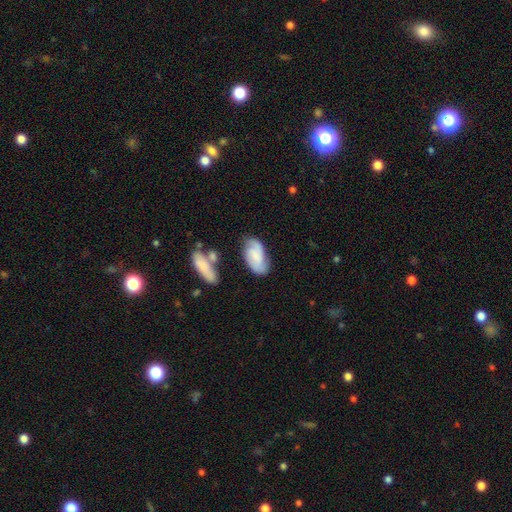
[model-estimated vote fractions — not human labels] This is possibly a featured or disk galaxy (49%). Merging: likely none (62%).